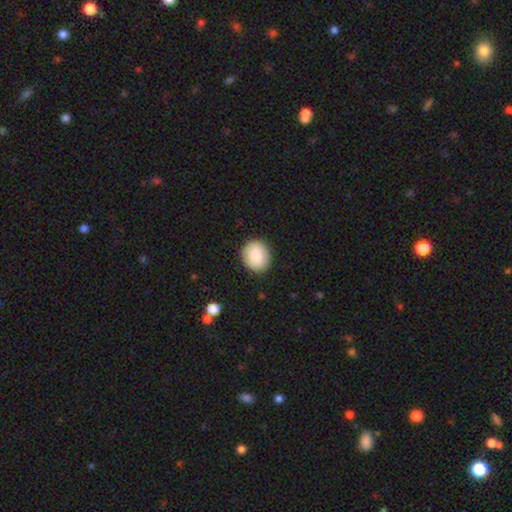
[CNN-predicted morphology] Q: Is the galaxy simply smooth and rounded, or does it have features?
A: smooth — 86%.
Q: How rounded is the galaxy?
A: round — 69%.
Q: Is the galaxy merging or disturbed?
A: none — 89%.